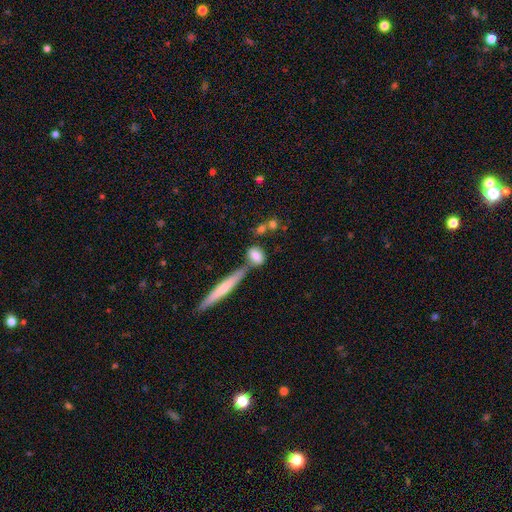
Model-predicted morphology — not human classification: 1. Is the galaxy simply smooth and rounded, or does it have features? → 75% smooth, 17% featured or disk, 8% star or artifact.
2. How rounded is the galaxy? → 54% in between, 24% cigar-shaped, 22% round.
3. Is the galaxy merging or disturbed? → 57% none, 23% merger, 15% minor disturbance, 5% major disturbance.